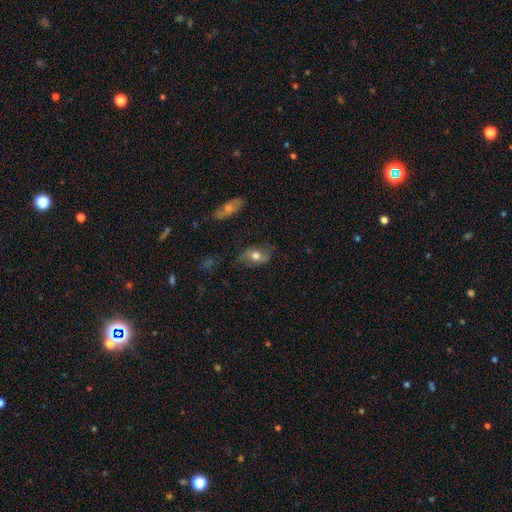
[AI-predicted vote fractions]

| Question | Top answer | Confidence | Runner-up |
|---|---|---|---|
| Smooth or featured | smooth | 52% | featured or disk (39%) |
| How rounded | in between | 84% | round (12%) |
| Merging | none | 72% | minor disturbance (19%) |